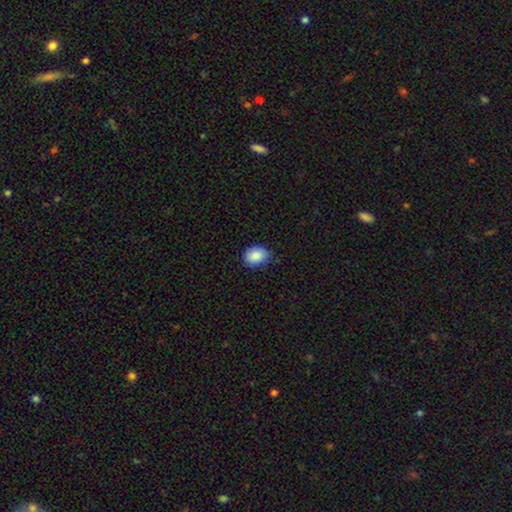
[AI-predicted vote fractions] The model was most divided on "how rounded": in between: 67%, round: 32%, cigar-shaped: 1%. More confident: smooth or featured — smooth (88%); merging — none (79%).